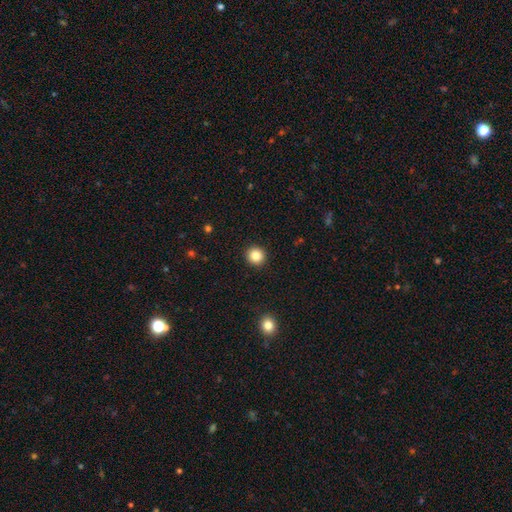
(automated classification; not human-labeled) Smooth or featured? Predicted: smooth (p=0.85). How rounded? Predicted: round (p=0.93). Merging? Predicted: none (p=0.93).